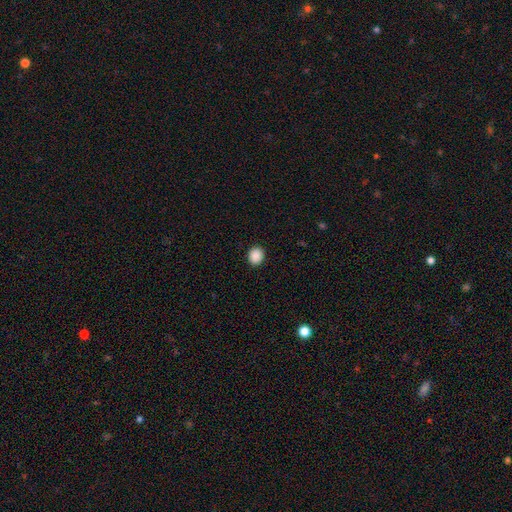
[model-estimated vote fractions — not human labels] Smooth or featured?
  - smooth: 89% *
  - star or artifact: 8%
  - featured or disk: 3%
How rounded?
  - round: 67% *
  - in between: 32%
  - cigar-shaped: 1%
Merging?
  - none: 92% *
  - minor disturbance: 6%
  - major disturbance: 2%
  - merger: 1%